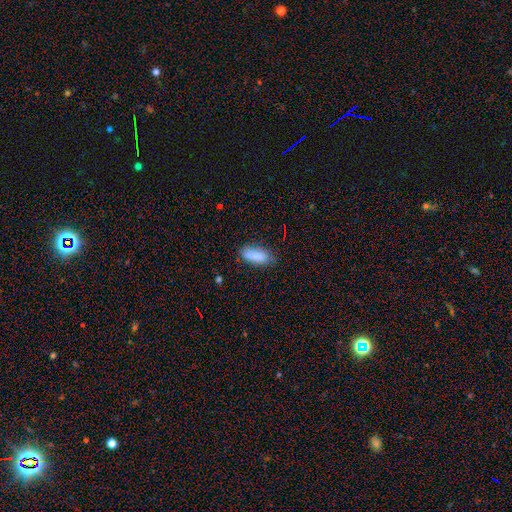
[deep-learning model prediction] This appears to be a smooth galaxy with no disk features (86%) that is in between round and cigar-shaped (77%). Merging: none (73%).